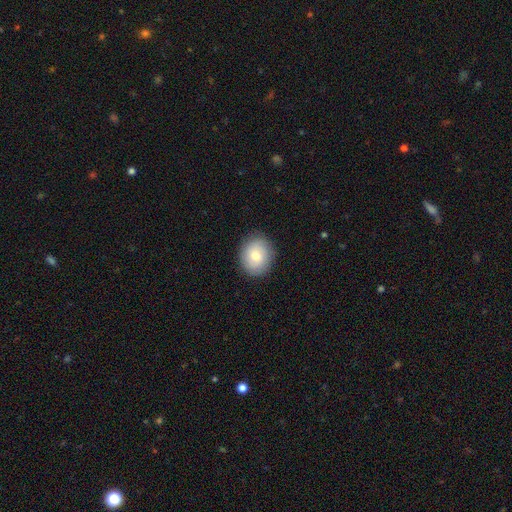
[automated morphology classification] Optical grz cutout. It shows a smooth galaxy with no disk features (76%) that is round (62%). Merging: none (86%).